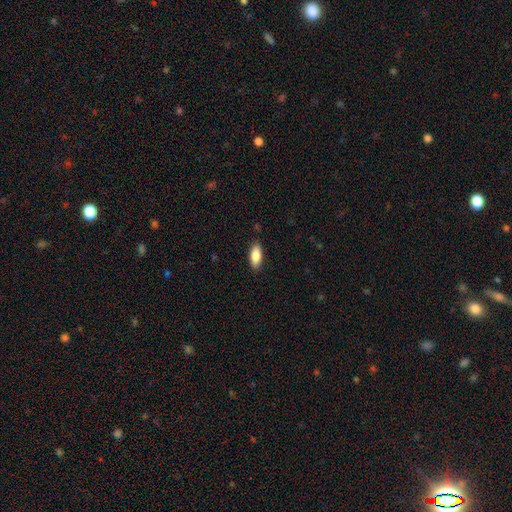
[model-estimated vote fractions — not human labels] The model was most divided on "how rounded": in between: 84%, cigar-shaped: 14%, round: 2%. More confident: merging — none (87%); smooth or featured — smooth (85%).